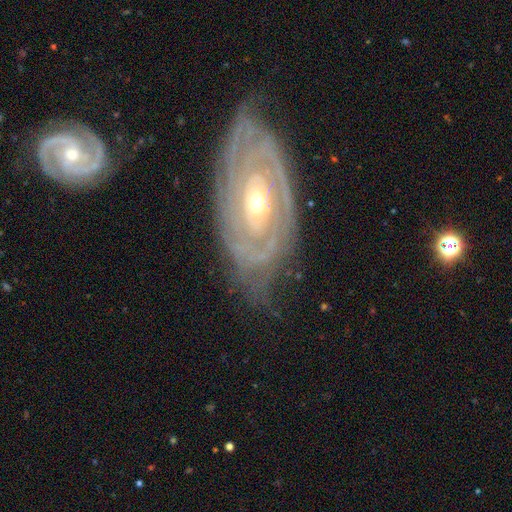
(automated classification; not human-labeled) featured or disk 87%, smooth 7%, star or artifact 6%. Down the decision tree: edge-on disk — no (93%); bar — no (67%); spiral arms — yes (94%); spiral arm count — can't tell (32%); spiral winding — tight (81%); bulge size — small (55%); merging — none (70%).